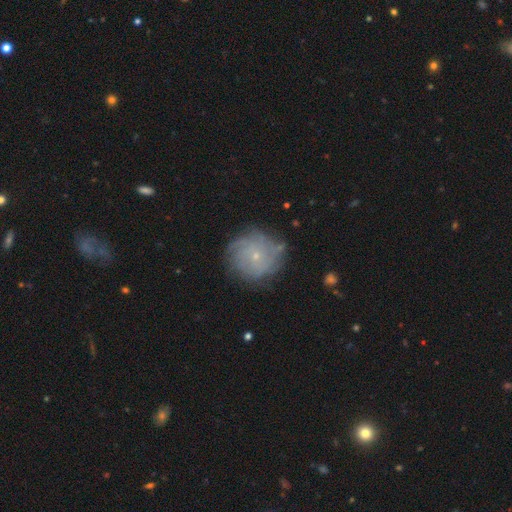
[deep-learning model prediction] A featured or disk galaxy (63%) with no bar (83%), tight (64%) spiral arms (84%) and a small central bulge (83%). Merging: none (74%).